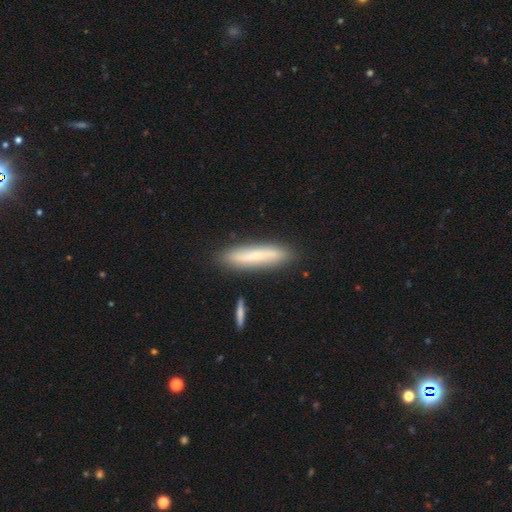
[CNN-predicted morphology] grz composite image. It shows a smooth galaxy with no disk features (65%) that is cigar-shaped (89%). Merging: none (84%).